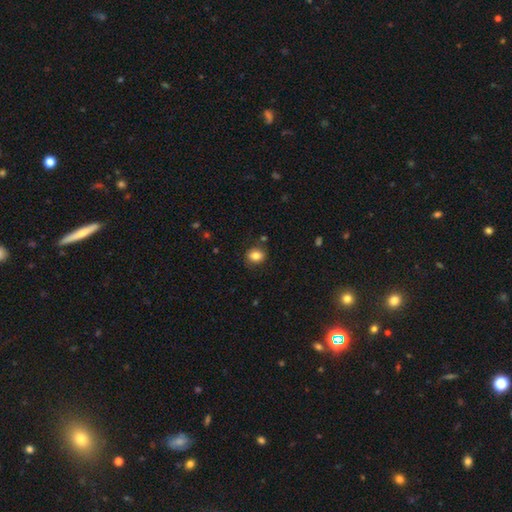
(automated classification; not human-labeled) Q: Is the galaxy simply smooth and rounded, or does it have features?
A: smooth — 81%.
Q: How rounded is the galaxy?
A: round — 51%.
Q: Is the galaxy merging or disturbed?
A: none — 83%.